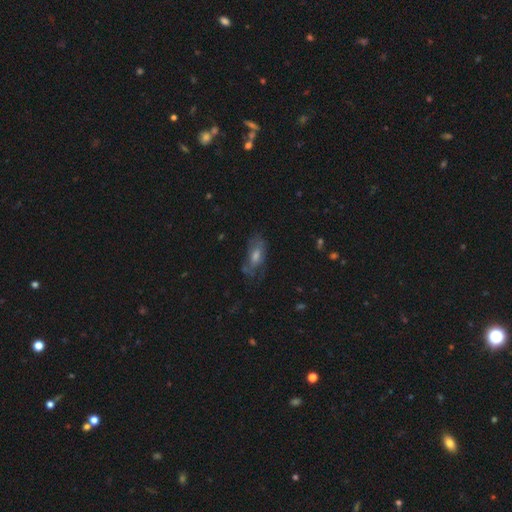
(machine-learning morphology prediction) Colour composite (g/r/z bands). It shows a featured or disk galaxy (44%). Merging: none (59%).